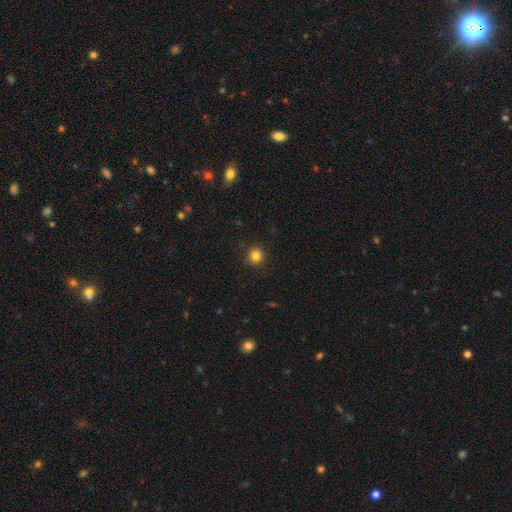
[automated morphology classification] smooth-or-featured: smooth: 83% | star or artifact: 13% | featured or disk: 5%
  how-rounded: round: 92% | in between: 7% | cigar-shaped: 1%
  merging: none: 90% | minor disturbance: 7% | major disturbance: 2% | merger: 1%